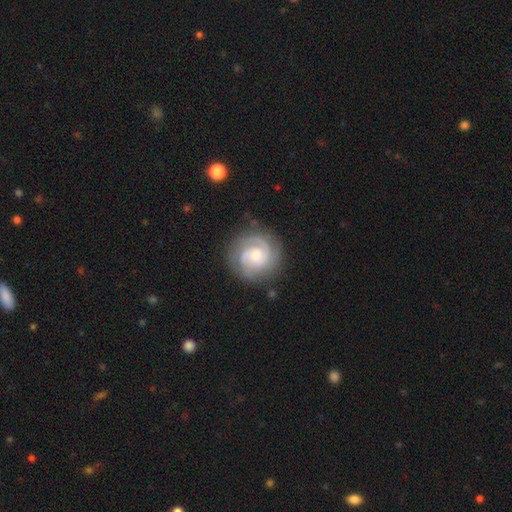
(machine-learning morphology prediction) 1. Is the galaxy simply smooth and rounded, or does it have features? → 85% featured or disk, 11% smooth, 5% star or artifact.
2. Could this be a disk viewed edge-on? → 98% no, 2% yes.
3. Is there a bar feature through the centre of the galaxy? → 66% no, 29% weak, 5% strong.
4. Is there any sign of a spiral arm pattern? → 97% yes, 3% no.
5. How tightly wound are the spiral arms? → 62% tight, 32% medium, 6% loose.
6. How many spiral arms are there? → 48% 2, 27% 3, 12% can't tell, 5% 1, 4% 4, 4% more than 4.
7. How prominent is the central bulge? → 45% small (tied), 45% moderate (tied), 6% large, 3% none, 1% dominant.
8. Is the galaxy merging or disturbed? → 81% none, 12% minor disturbance, 5% major disturbance, 1% merger.